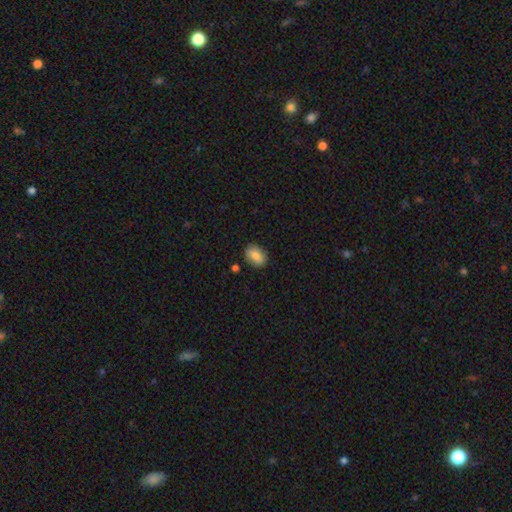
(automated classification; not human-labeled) Morphology: type=smooth (83%); roundness=in between (71%); merging=none (82%).